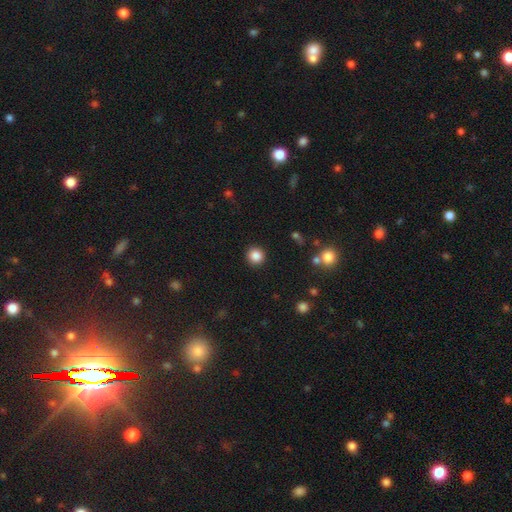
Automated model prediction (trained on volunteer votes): smooth-or-featured: smooth: 86% | star or artifact: 11% | featured or disk: 4%
  how-rounded: round: 92% | in between: 7% | cigar-shaped: 1%
  merging: none: 91% | minor disturbance: 6% | major disturbance: 2% | merger: 1%